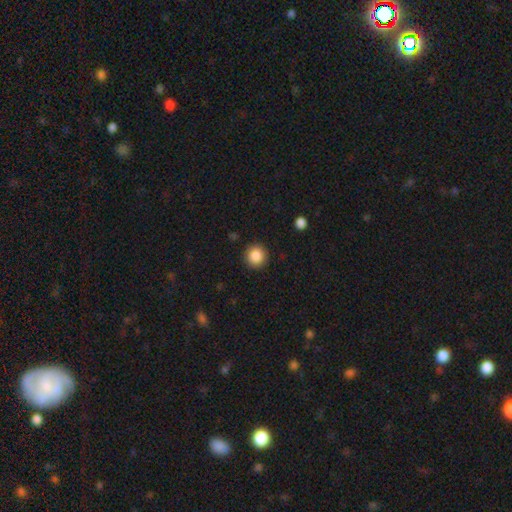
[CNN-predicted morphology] A smooth galaxy with no disk features (87%) that is round (94%).

Vote fractions:
- Smooth or featured? smooth: 87% / star or artifact: 9% / featured or disk: 4%
- How rounded? round: 94% / in between: 5% / cigar-shaped: 1%
- Merging? none: 91% / minor disturbance: 6% / major disturbance: 2% / merger: 1%